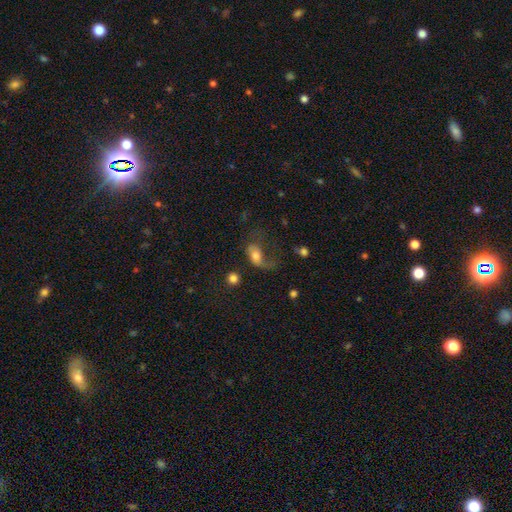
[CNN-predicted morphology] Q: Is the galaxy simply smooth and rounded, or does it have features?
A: smooth — 61%.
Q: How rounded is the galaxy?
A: in between — 80%.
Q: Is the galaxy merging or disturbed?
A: major disturbance — 54%.